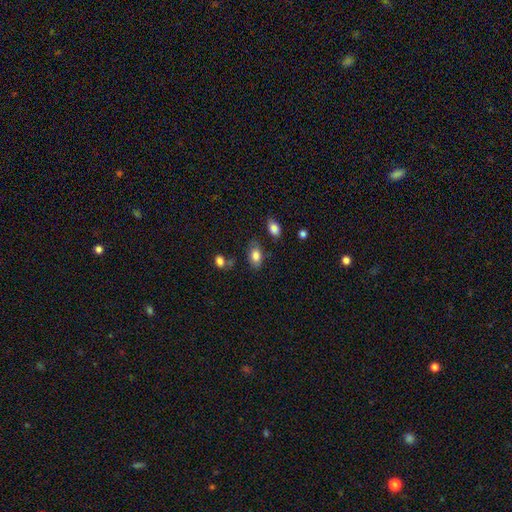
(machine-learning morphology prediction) Smooth or featured: smooth — 81% (featured or disk — 11%)
How rounded: in between — 91% (round — 7%)
Merging: none — 70% (minor disturbance — 19%)